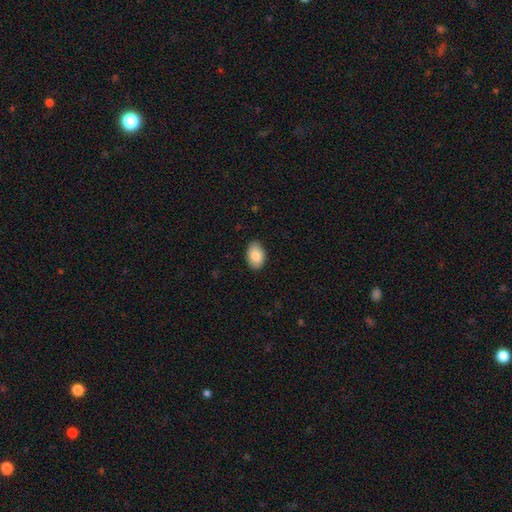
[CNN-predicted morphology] Smooth or featured?
  - smooth: 87% *
  - featured or disk: 7%
  - star or artifact: 6%
How rounded?
  - in between: 90% *
  - round: 9%
  - cigar-shaped: 1%
Merging?
  - none: 86% *
  - minor disturbance: 11%
  - major disturbance: 2%
  - merger: 1%